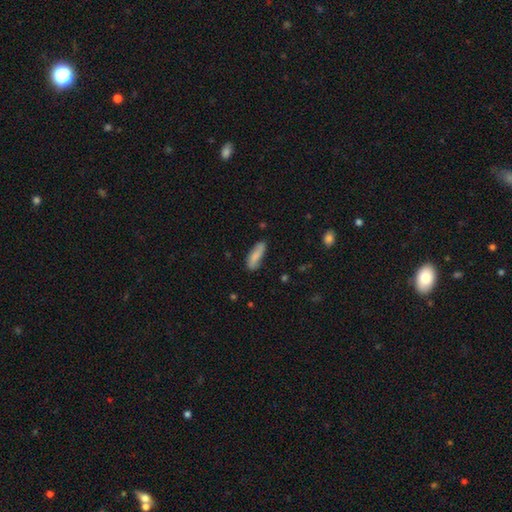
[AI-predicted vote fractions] Overall: smooth (80%). How rounded: in between (51%; cigar-shaped 47%). Merging: none (76%).